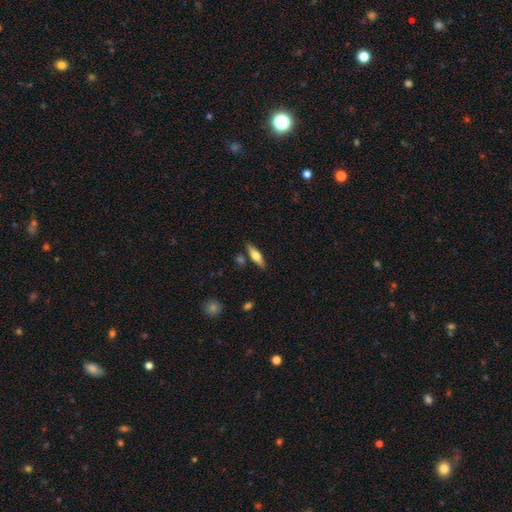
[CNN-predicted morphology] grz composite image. It shows a smooth galaxy with no disk features (53%) that is cigar-shaped (56%). Merging: none (82%).